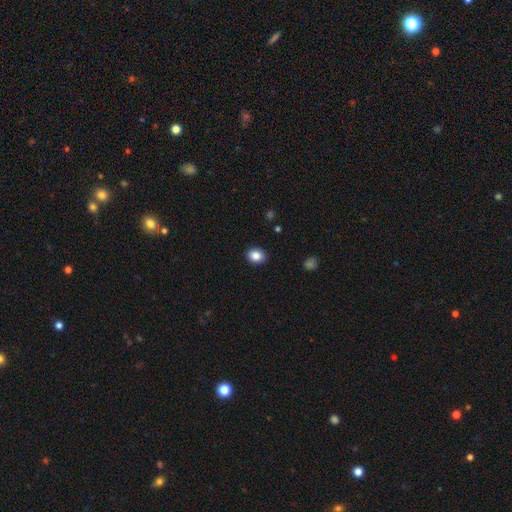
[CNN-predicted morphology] A smooth galaxy with no disk features (86%) that is in between round and cigar-shaped (52%). Merging: none (90%).